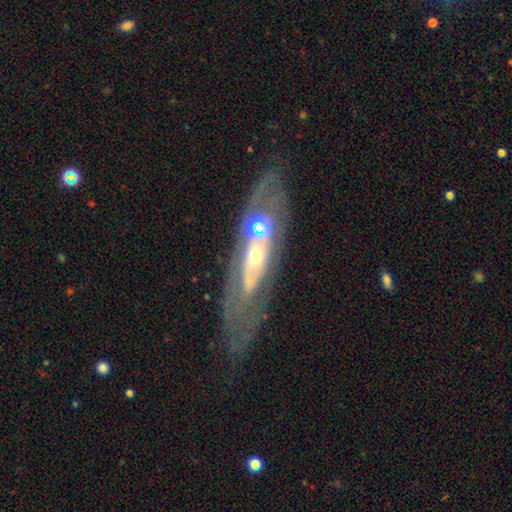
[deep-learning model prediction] This is likely a featured or disk galaxy (73%). It is likely not viewed edge-on (77%). Bar: clearly no (81%). Spiral arm pattern: possibly no (58%). Central bulge: possibly moderate (60%). Merging: possibly none (51%).